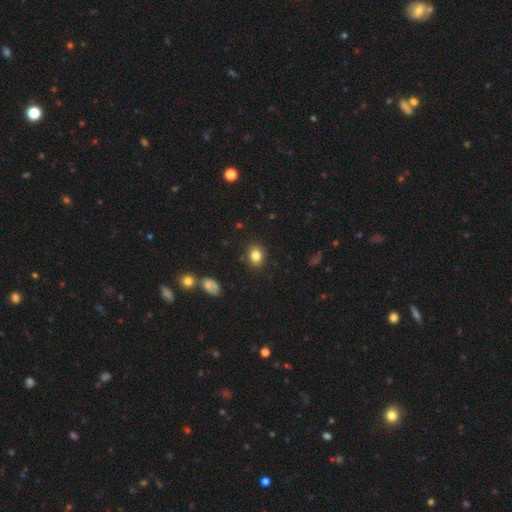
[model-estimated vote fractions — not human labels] The model was most divided on "how rounded": in between: 50%, round: 49%, cigar-shaped: 1%. More confident: merging — none (87%); smooth or featured — smooth (83%).